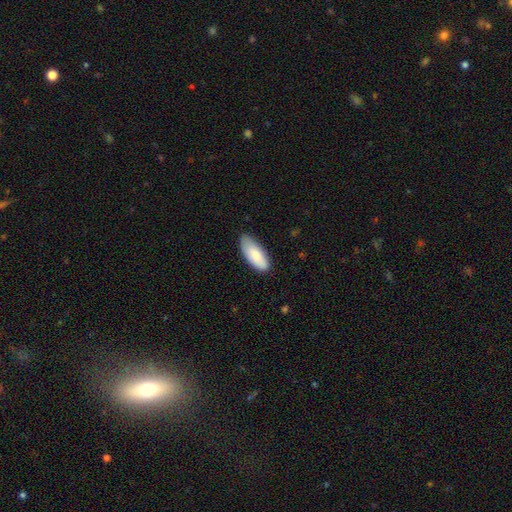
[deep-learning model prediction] Smooth or featured?
  - smooth: 81% *
  - featured or disk: 13%
  - star or artifact: 6%
How rounded?
  - in between: 81% *
  - cigar-shaped: 18%
  - round: 2%
Merging?
  - none: 75% *
  - minor disturbance: 21%
  - major disturbance: 3%
  - merger: 1%